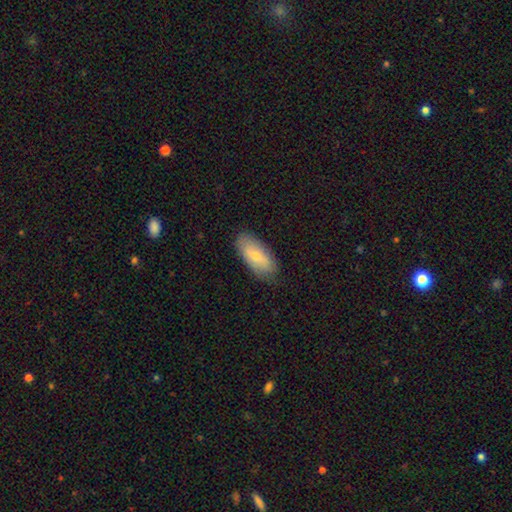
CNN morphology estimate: Q: Smooth or featured?
A: smooth (66%); runner-up: featured or disk (27%)
Q: How rounded?
A: in between (87%); runner-up: cigar-shaped (10%)
Q: Merging?
A: none (81%); runner-up: minor disturbance (15%)